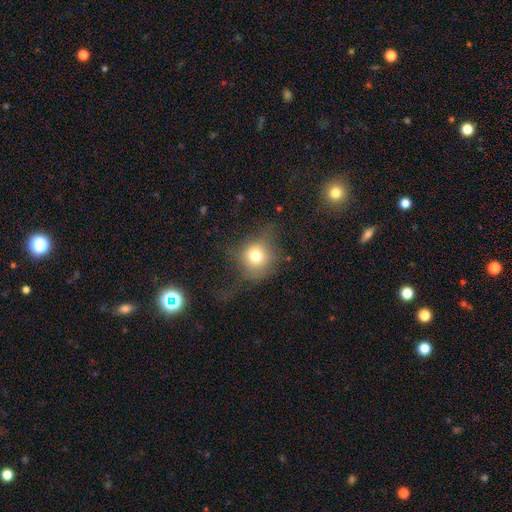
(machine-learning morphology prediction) Smooth or featured? Predicted: smooth (p=0.71). How rounded? Predicted: round (p=0.84). Merging? Predicted: none (p=0.52).